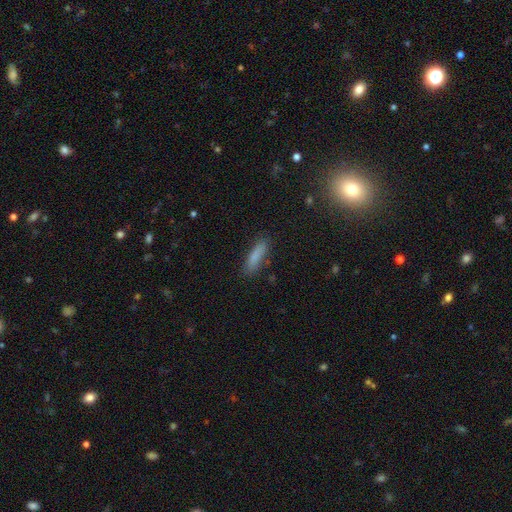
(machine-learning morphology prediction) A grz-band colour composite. It shows a smooth galaxy with no disk features (84%) that is cigar-shaped (70%). Merging: none (83%).